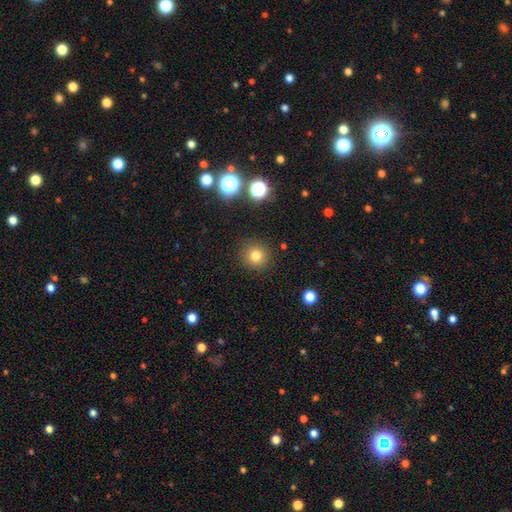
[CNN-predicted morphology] Overall: smooth (78%). How rounded: round (93%). Merging: none (90%).